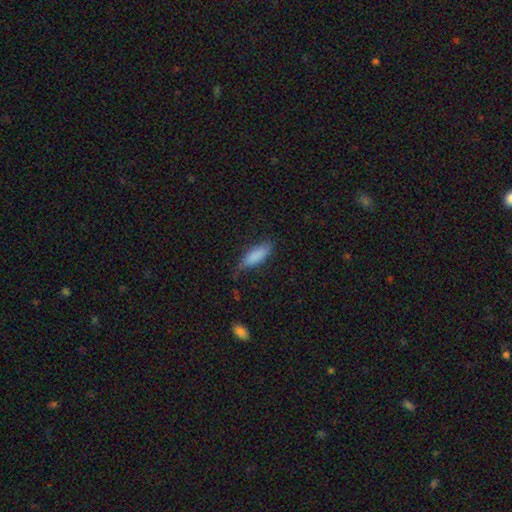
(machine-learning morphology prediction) smooth_or_featured: smooth (p=0.86) [alt: featured or disk p=0.08]
how_rounded: in between (p=0.60) [alt: cigar-shaped p=0.38]
merging: none (p=0.69) [alt: minor disturbance p=0.24]